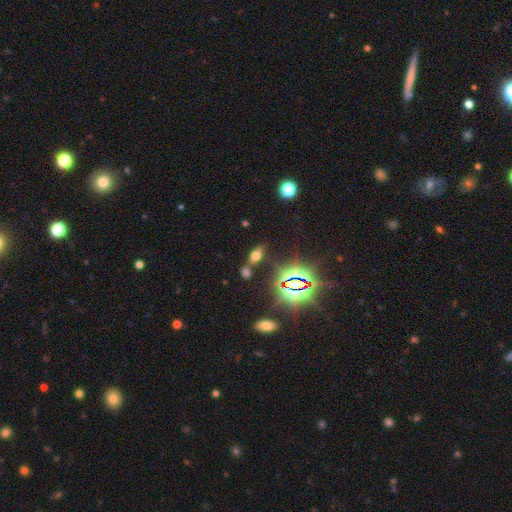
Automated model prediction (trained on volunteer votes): smooth 54%, star or artifact 35%, featured or disk 11%. Down the decision tree: how rounded — in between (84%); merging — none (72%).